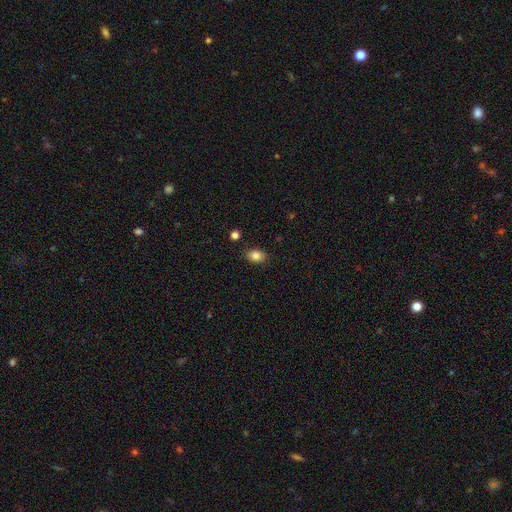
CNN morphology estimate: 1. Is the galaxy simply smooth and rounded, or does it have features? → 85% smooth, 9% star or artifact, 6% featured or disk.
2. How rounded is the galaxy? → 78% in between, 20% round, 1% cigar-shaped.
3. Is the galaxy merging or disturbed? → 86% none, 9% minor disturbance, 2% major disturbance, 2% merger.